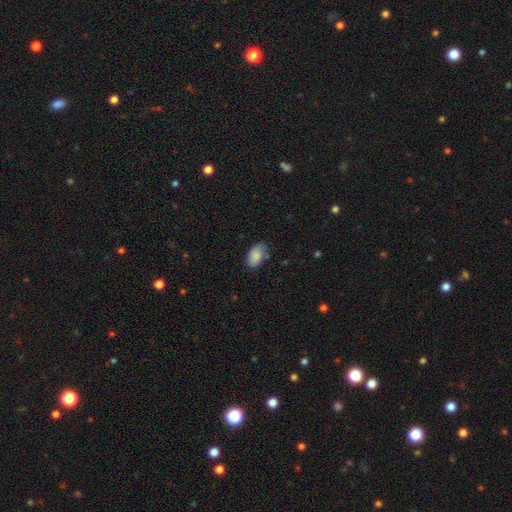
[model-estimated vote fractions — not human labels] Smooth or featured? Predicted: smooth (p=0.87). How rounded? Predicted: in between (p=0.94). Merging? Predicted: none (p=0.75).